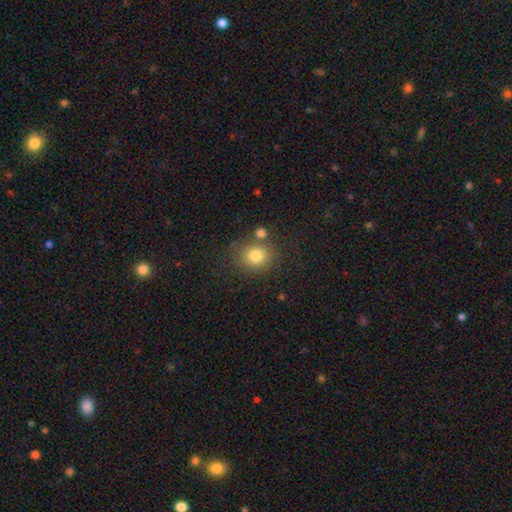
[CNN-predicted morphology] Smooth or featured? smooth (79%)
How rounded? round (76%)
Merging? none (73%)